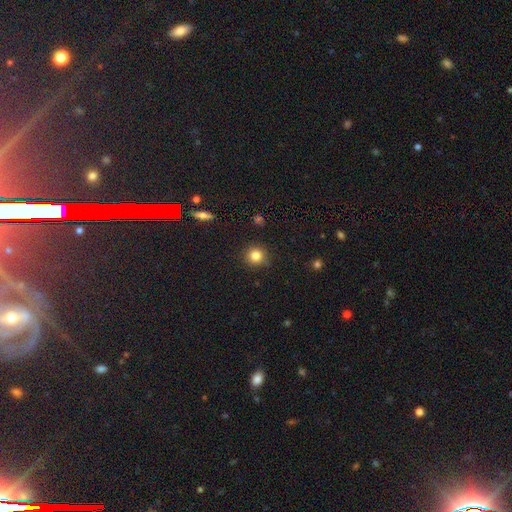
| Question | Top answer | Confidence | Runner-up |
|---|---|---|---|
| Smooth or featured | smooth | 81% | featured or disk (14%) |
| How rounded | round | 90% | in between (10%) |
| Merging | none | 86% | minor disturbance (9%) |